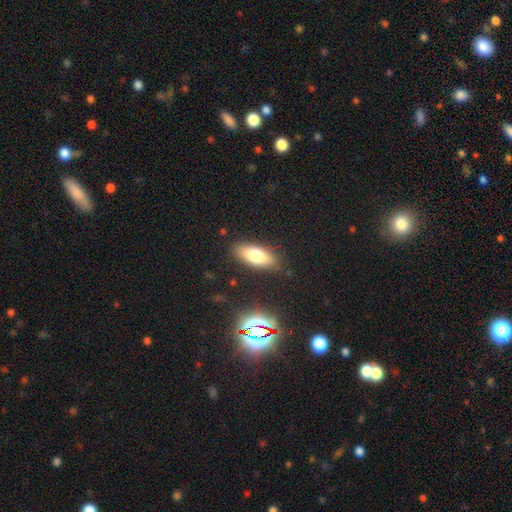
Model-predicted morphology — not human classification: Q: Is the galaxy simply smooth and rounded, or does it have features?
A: smooth — 74%.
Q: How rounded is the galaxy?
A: in between — 78%.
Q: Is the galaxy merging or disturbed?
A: none — 85%.